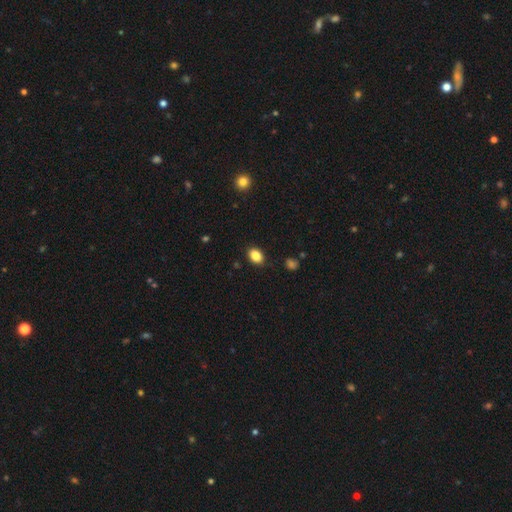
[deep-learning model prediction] smooth_or_featured: smooth (p=0.86) [alt: star or artifact p=0.09]
how_rounded: in between (p=0.74) [alt: round p=0.24]
merging: none (p=0.86) [alt: minor disturbance p=0.10]